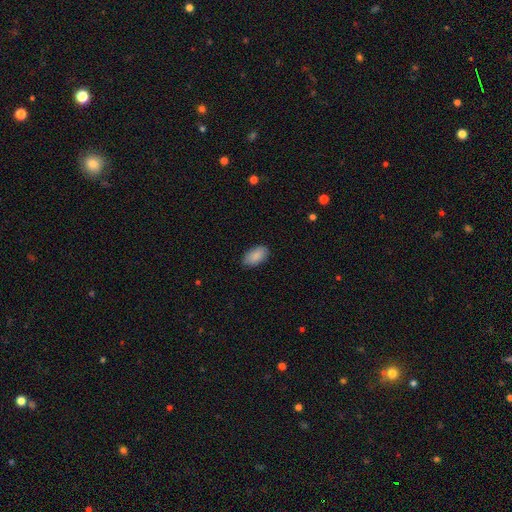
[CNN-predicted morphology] Smooth or featured?
  - smooth: 89% *
  - star or artifact: 6%
  - featured or disk: 5%
How rounded?
  - in between: 95% *
  - round: 3%
  - cigar-shaped: 2%
Merging?
  - none: 86% *
  - minor disturbance: 11%
  - major disturbance: 2%
  - merger: 1%